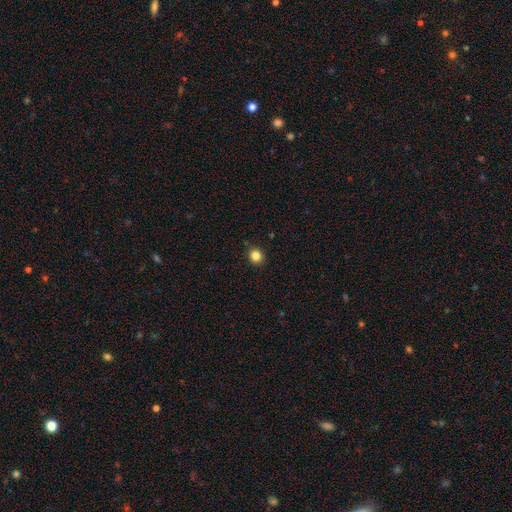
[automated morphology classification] Q: Smooth or featured?
A: smooth (84%); runner-up: star or artifact (12%)
Q: How rounded?
A: round (85%); runner-up: in between (14%)
Q: Merging?
A: none (91%); runner-up: minor disturbance (6%)